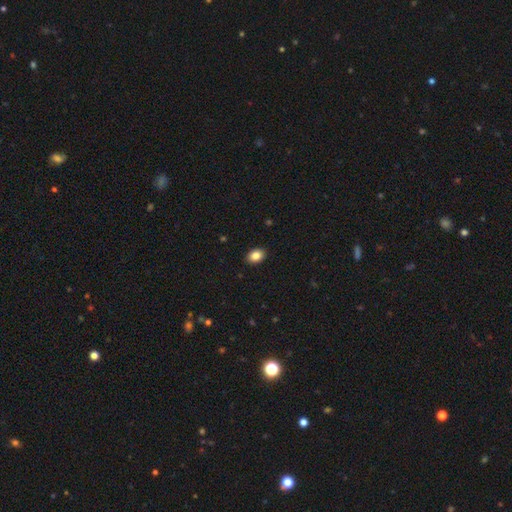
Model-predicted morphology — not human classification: This appears to be a smooth galaxy with no disk features (86%) that is in between round and cigar-shaped (77%). Merging: none (90%).